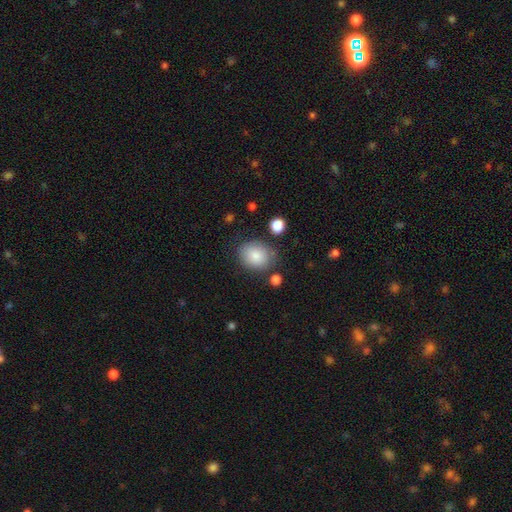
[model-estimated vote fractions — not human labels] Q: Smooth or featured?
A: smooth (84%); runner-up: featured or disk (8%)
Q: How rounded?
A: in between (51%); runner-up: round (48%)
Q: Merging?
A: none (73%); runner-up: minor disturbance (17%)